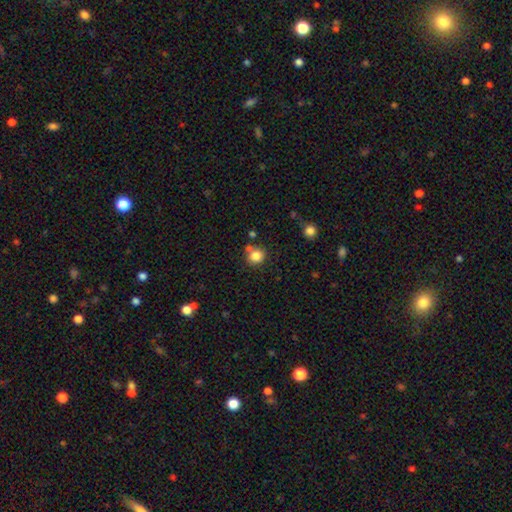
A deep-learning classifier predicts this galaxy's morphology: Q: Smooth or featured?
A: smooth (83%); runner-up: star or artifact (11%)
Q: How rounded?
A: round (87%); runner-up: in between (12%)
Q: Merging?
A: none (71%); runner-up: merger (16%)